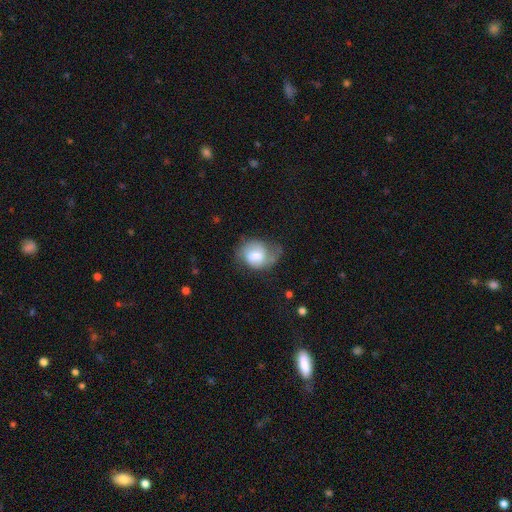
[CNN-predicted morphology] featured or disk 47%, smooth 46%, star or artifact 8%. Down the decision tree: merging — none (43%).